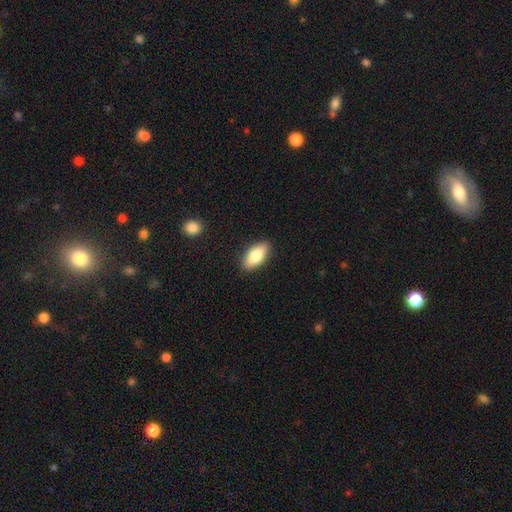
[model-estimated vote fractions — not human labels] A smooth galaxy with no disk features (76%) that is in between round and cigar-shaped (88%). Merging: none (89%).